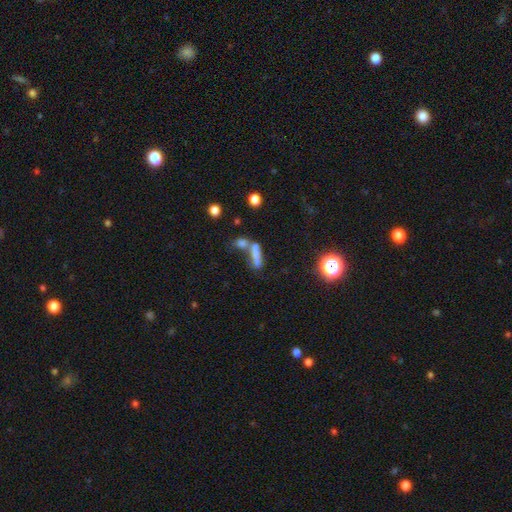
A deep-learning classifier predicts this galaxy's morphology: Overall: smooth (63%). How rounded: cigar-shaped (62%; in between 32%). Merging: merger (53%; none 28%).